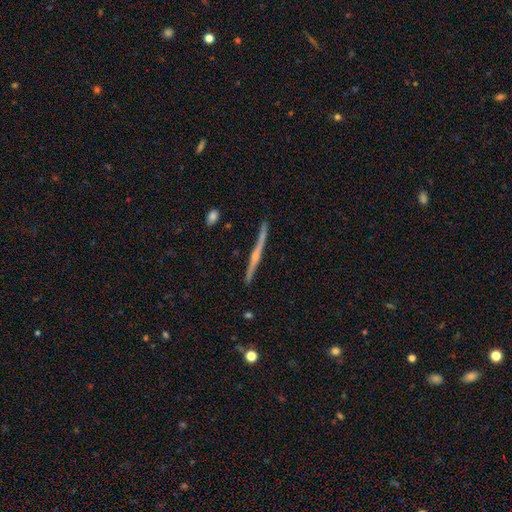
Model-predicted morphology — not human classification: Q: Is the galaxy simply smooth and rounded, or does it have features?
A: featured or disk — 75%.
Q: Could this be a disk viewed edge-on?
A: yes — 98%.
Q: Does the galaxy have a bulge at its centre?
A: rounded — 58%.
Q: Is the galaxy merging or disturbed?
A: none — 87%.